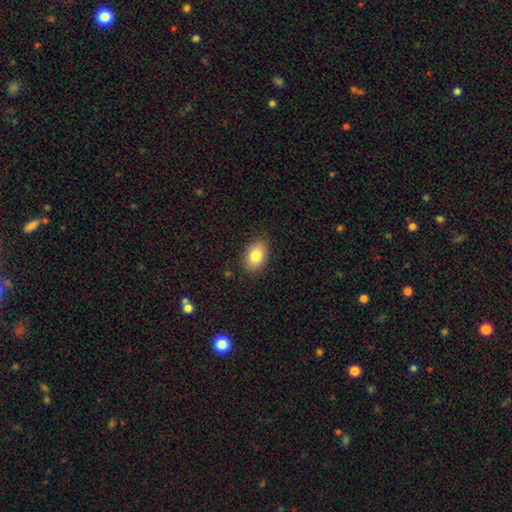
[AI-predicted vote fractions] Morphology: type=smooth (83%); roundness=in between (86%); merging=none (87%).